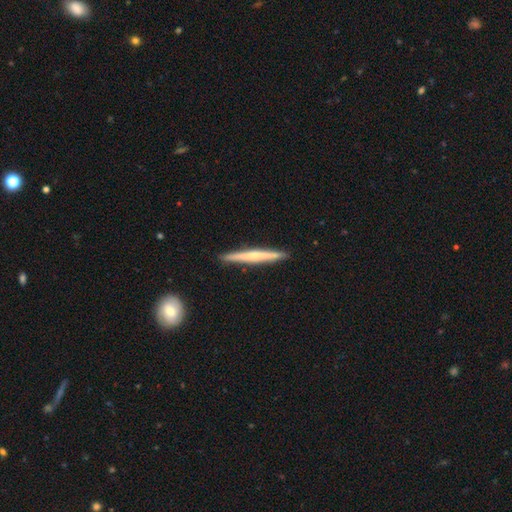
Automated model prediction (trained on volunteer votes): smooth_or_featured: featured or disk (p=0.55) [alt: smooth p=0.39]
disk_edge_on: yes (p=0.97) [alt: no p=0.03]
edge_on_bulge: none (p=0.47) [tied with: rounded p=0.47]
merging: none (p=0.92) [alt: minor disturbance p=0.06]